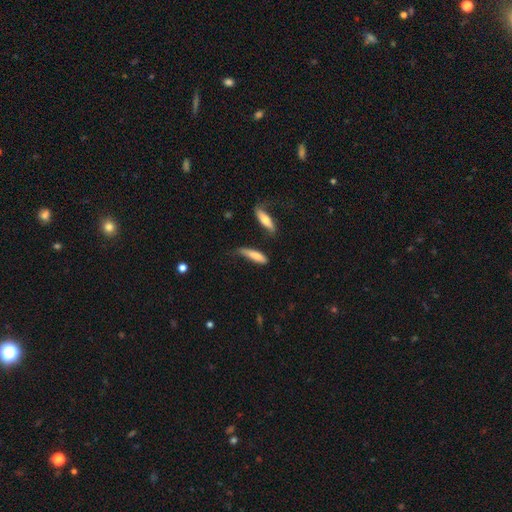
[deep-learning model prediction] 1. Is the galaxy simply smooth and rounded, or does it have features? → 76% smooth, 17% featured or disk, 7% star or artifact.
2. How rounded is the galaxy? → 73% cigar-shaped, 25% in between, 2% round.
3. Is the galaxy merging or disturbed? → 41% none, 36% minor disturbance, 15% major disturbance, 7% merger.